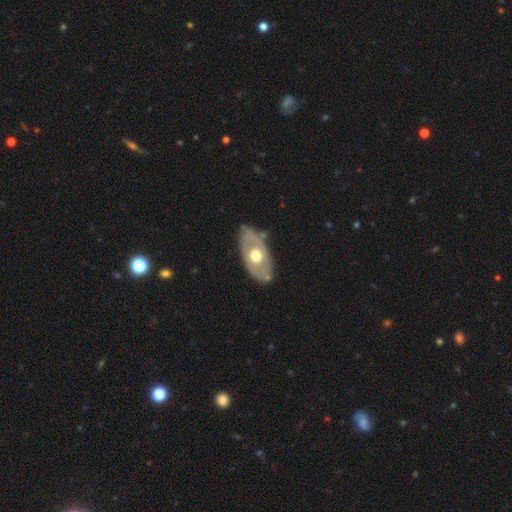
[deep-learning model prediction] A featured or disk galaxy (59%) with no bar (91%), no spiral arms (87%) and a moderate central bulge (65%). Merging: none (74%).